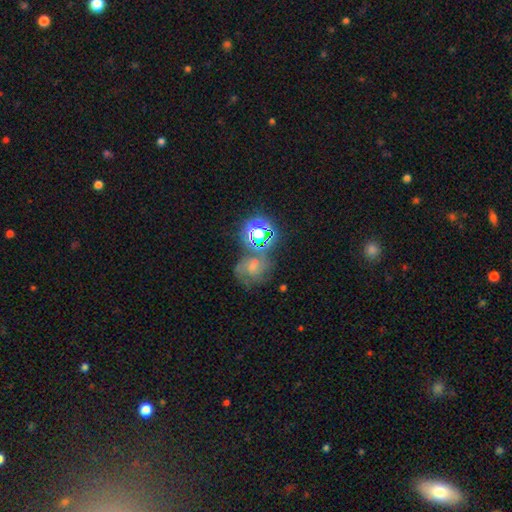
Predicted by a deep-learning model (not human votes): Morphology: type=star or artifact (45%).